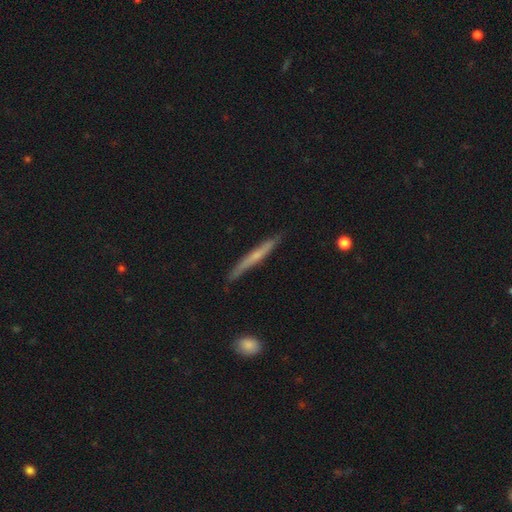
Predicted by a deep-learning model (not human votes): Smooth or featured? featured or disk (54%)
Edge-on disk? yes (94%)
Edge-on bulge? none (52%)
Merging? none (81%)